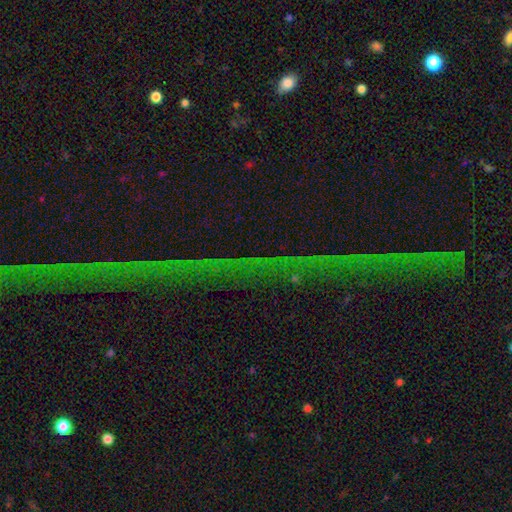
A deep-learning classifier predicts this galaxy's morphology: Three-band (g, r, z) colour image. It shows a star or artifact, not a galaxy (76%).